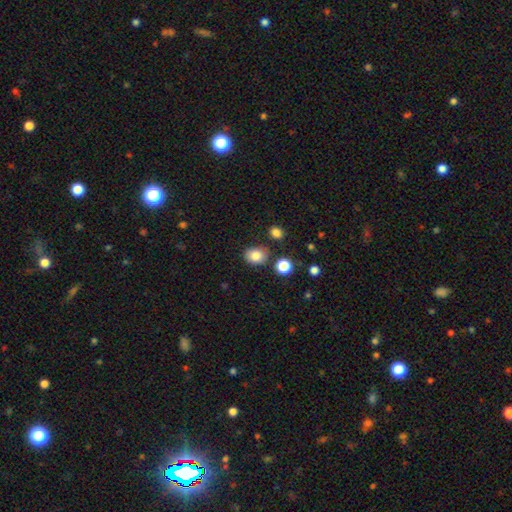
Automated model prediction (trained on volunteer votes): Morphology: type=smooth (83%); roundness=in between (52%); merging=none (78%).